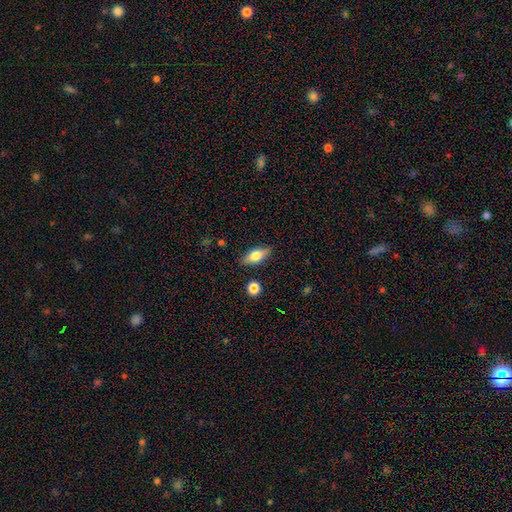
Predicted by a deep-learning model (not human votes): Morphology: type=smooth (69%); roundness=in between (78%); merging=none (85%).